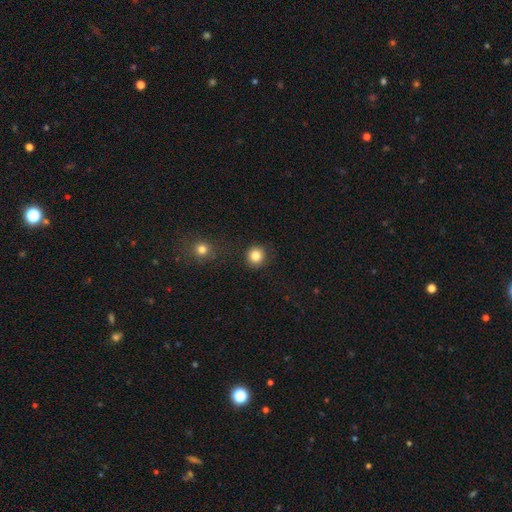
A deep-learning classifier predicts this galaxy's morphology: A smooth galaxy with no disk features (84%) that is round (92%).

Vote fractions:
- Smooth or featured? smooth: 84% / star or artifact: 11% / featured or disk: 5%
- How rounded? round: 92% / in between: 7% / cigar-shaped: 1%
- Merging? none: 89% / minor disturbance: 6% / merger: 3% / major disturbance: 2%